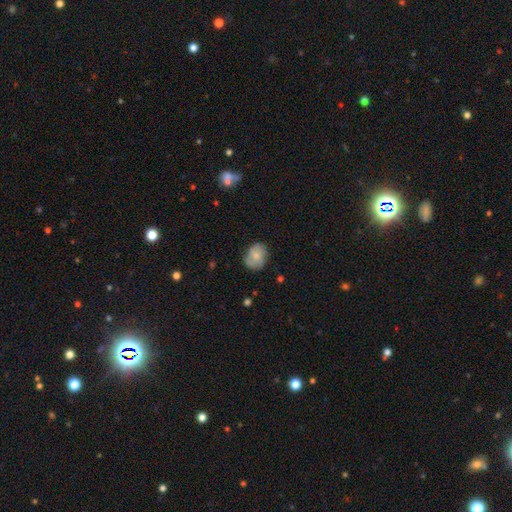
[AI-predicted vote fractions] This is likely a smooth galaxy (73%). How rounded: possibly in between (53%). Merging: likely none (68%).